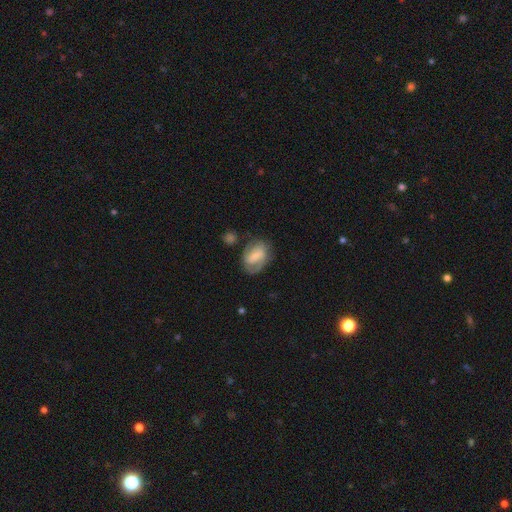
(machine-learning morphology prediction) Overall: featured or disk (56%; smooth 37%). Edge-on disk: no (96%). Bar: weak (45%; strong 30%). Spiral arms: yes (76%). Bulge size: small (41%; moderate 29%). Merging: none (60%; minor disturbance 23%).